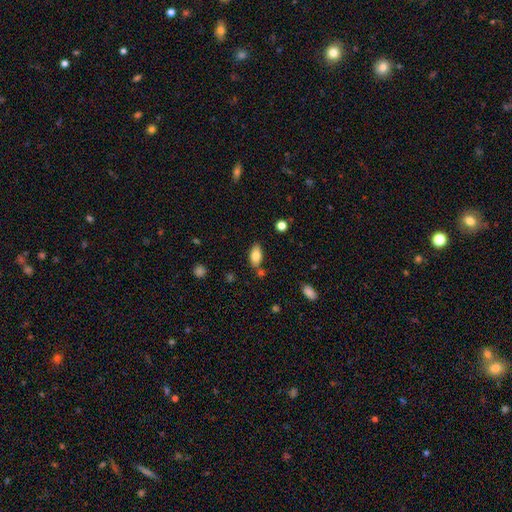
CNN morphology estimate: Smooth or featured? smooth (80%)
How rounded? in between (91%)
Merging? none (77%)